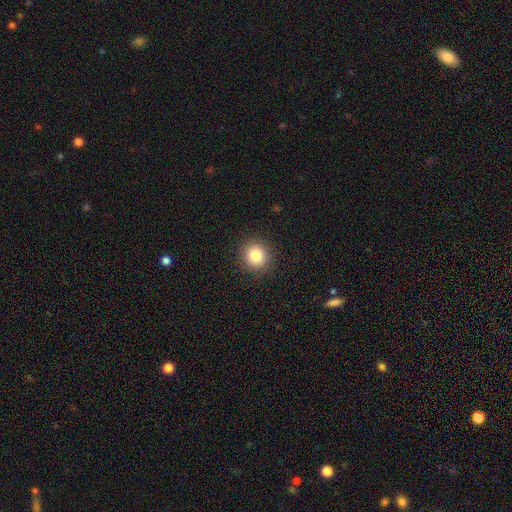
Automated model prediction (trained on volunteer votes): Smooth or featured: smooth — 83% (star or artifact — 11%)
How rounded: round — 91% (in between — 8%)
Merging: none — 91% (minor disturbance — 6%)